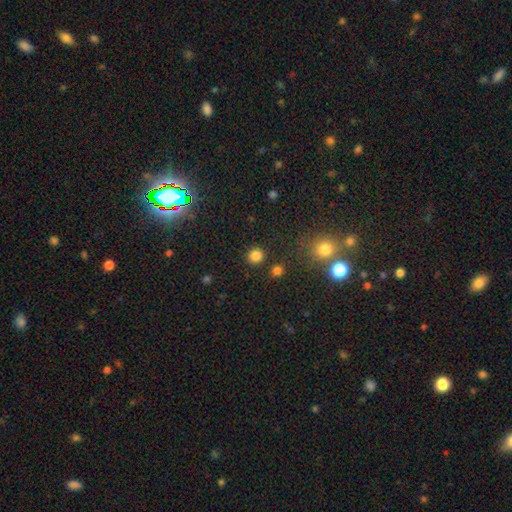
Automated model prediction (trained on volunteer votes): This appears to be a smooth galaxy with no disk features (83%) that is round (89%). Merging: none (88%).